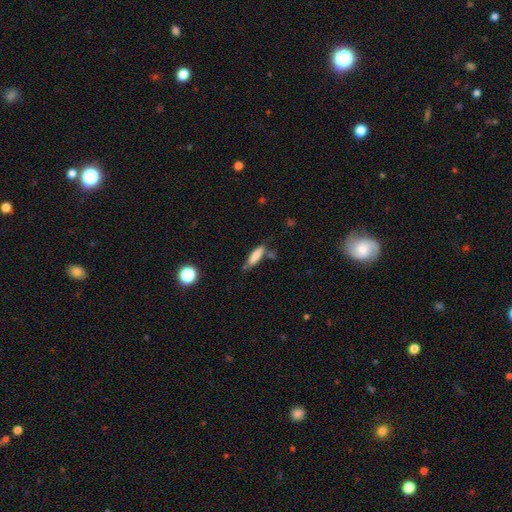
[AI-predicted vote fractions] Morphology: type=smooth (79%); roundness=cigar-shaped (61%); merging=none (61%).